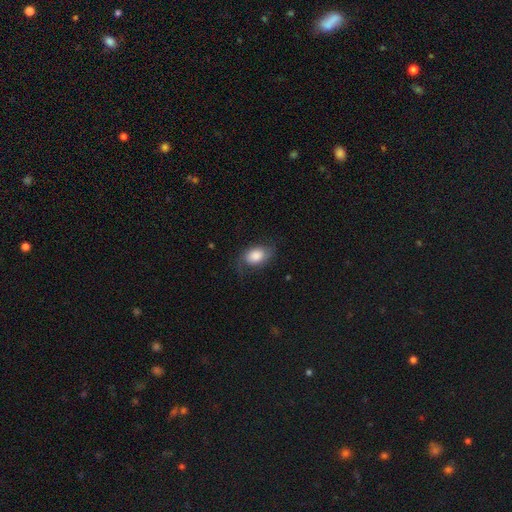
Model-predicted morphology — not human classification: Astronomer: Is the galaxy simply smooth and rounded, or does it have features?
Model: smooth — 67%.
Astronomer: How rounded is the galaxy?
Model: in between — 81%.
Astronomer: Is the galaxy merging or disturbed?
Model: none — 61%.